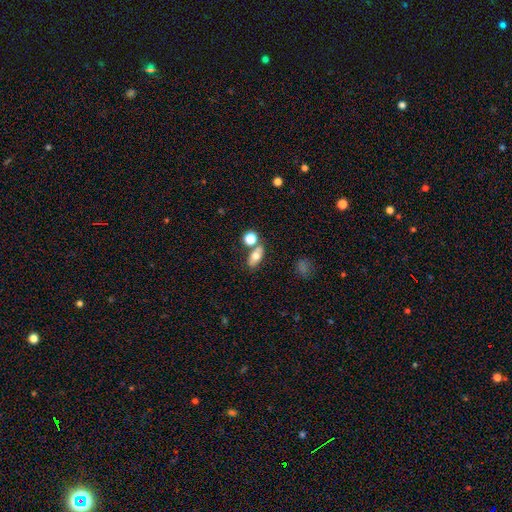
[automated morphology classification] This is likely a smooth galaxy (69%). How rounded: likely in between (74%). Merging: possibly none (59%).